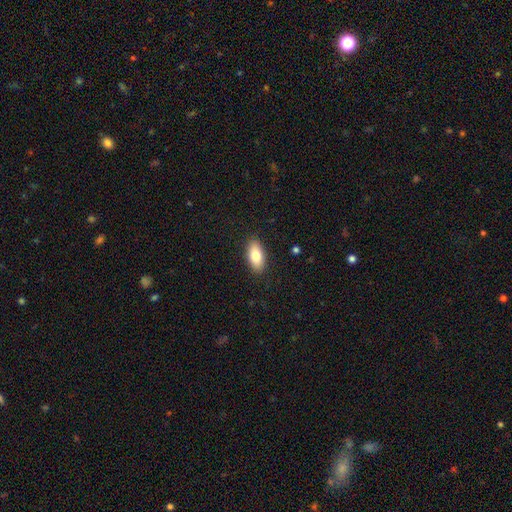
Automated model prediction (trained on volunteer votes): Morphology: type=smooth (80%); roundness=in between (90%); merging=none (89%).